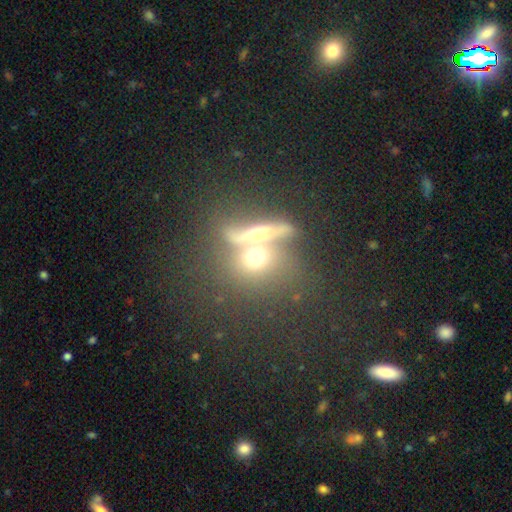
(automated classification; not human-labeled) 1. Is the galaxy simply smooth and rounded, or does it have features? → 43% featured or disk, 40% smooth, 17% star or artifact.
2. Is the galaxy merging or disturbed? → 45% merger, 39% none, 9% minor disturbance, 7% major disturbance.